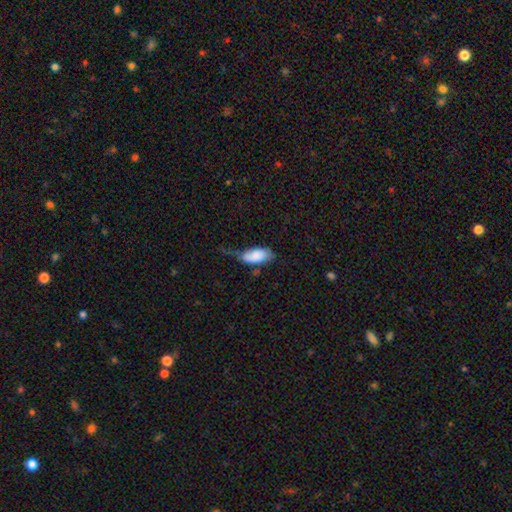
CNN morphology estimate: smooth-or-featured: smooth: 79% | featured or disk: 14% | star or artifact: 6%
  how-rounded: in between: 91% | cigar-shaped: 7% | round: 2%
  merging: minor disturbance: 38% | none: 31% | major disturbance: 25% | merger: 5%